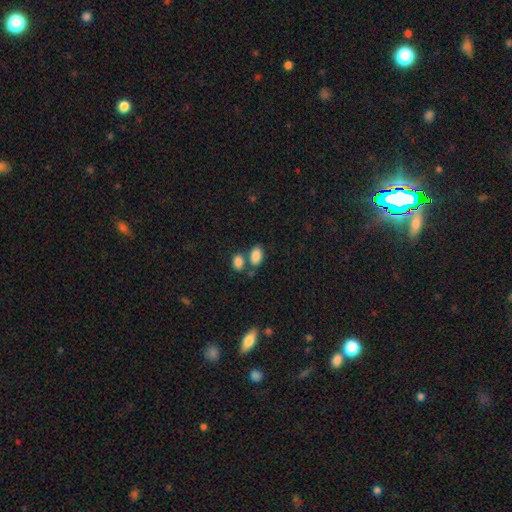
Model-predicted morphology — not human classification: type=smooth (86%); roundness=in between (91%); merging=none (52%).